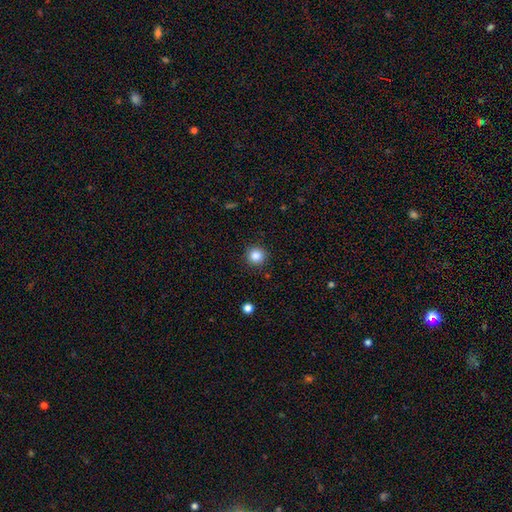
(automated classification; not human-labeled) smooth_or_featured: smooth (p=0.86) [alt: star or artifact p=0.11]
how_rounded: round (p=0.94) [alt: in between p=0.05]
merging: none (p=0.91) [alt: minor disturbance p=0.06]